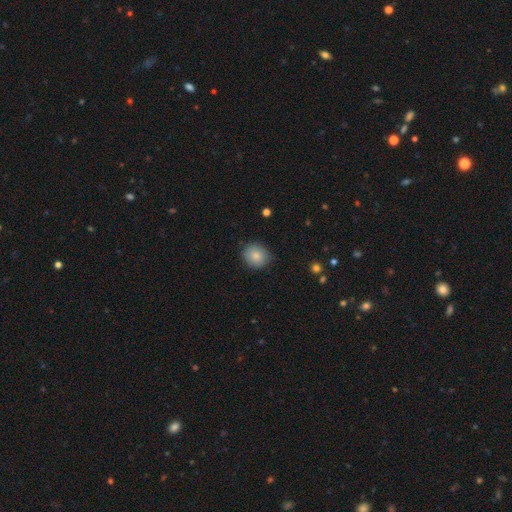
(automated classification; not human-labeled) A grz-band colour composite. It shows a smooth galaxy with no disk features (85%) that is round (80%). Merging: none (84%).